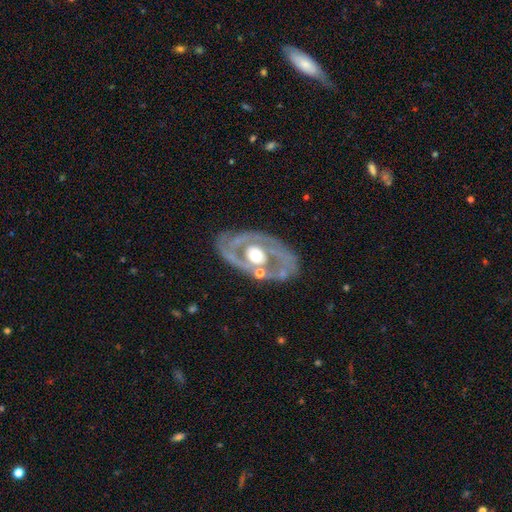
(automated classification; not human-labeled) A featured or disk galaxy (81%) with no bar (80%), spiral arms (58%) and a moderate central bulge (66%). Merging: none (67%).